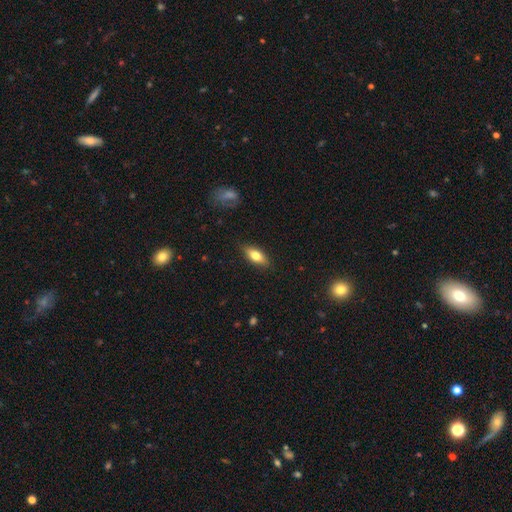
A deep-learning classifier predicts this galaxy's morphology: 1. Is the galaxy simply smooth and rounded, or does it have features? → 68% smooth, 25% featured or disk, 7% star or artifact.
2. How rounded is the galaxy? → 74% in between, 22% cigar-shaped, 4% round.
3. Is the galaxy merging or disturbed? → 86% none, 11% minor disturbance, 2% major disturbance, 1% merger.